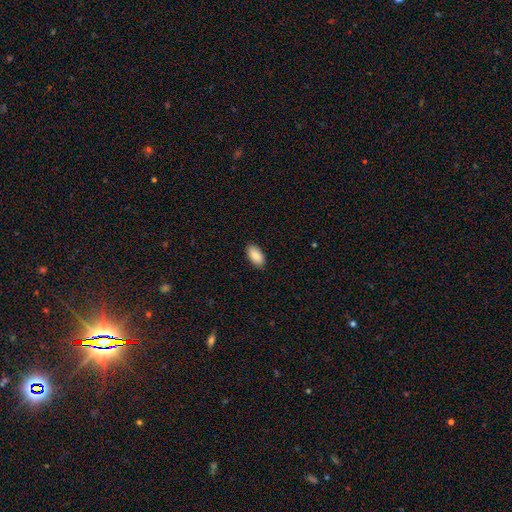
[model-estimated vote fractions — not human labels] Smooth or featured: smooth — 87% (featured or disk — 6%)
How rounded: in between — 95% (cigar-shaped — 3%)
Merging: none — 89% (minor disturbance — 8%)